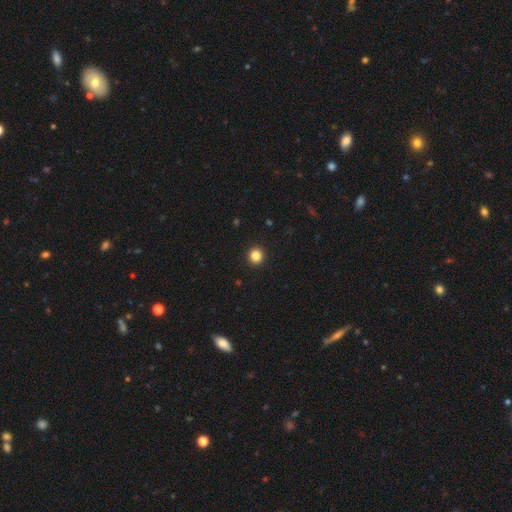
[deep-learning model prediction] Smooth or featured?
  - smooth: 85% *
  - star or artifact: 11%
  - featured or disk: 4%
How rounded?
  - round: 93% *
  - in between: 7%
  - cigar-shaped: 1%
Merging?
  - none: 93% *
  - minor disturbance: 4%
  - major disturbance: 2%
  - merger: 1%